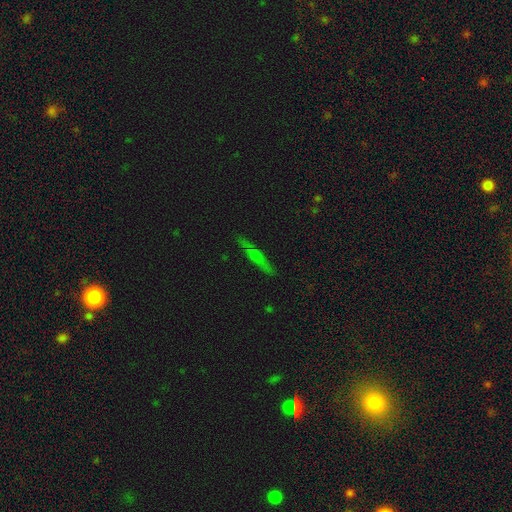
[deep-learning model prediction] Smooth or featured? featured or disk (58%)
Edge-on disk? yes (92%)
Edge-on bulge? rounded (75%)
Merging? none (86%)